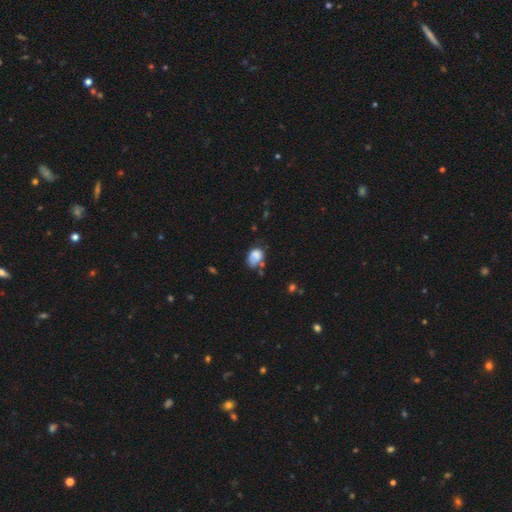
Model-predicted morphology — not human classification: smooth-or-featured: smooth: 73% | featured or disk: 17% | star or artifact: 10%
  how-rounded: in between: 66% | round: 33% | cigar-shaped: 1%
  merging: none: 37% | minor disturbance: 32% | major disturbance: 18% | merger: 13%